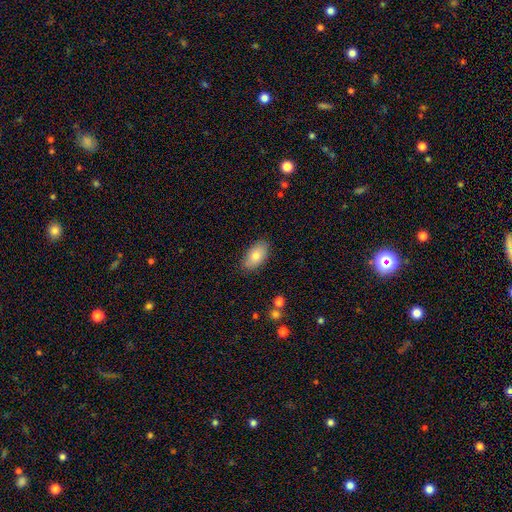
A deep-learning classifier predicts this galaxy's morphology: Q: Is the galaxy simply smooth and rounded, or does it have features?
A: smooth — 79%.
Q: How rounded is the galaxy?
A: in between — 93%.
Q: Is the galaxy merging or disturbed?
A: none — 84%.